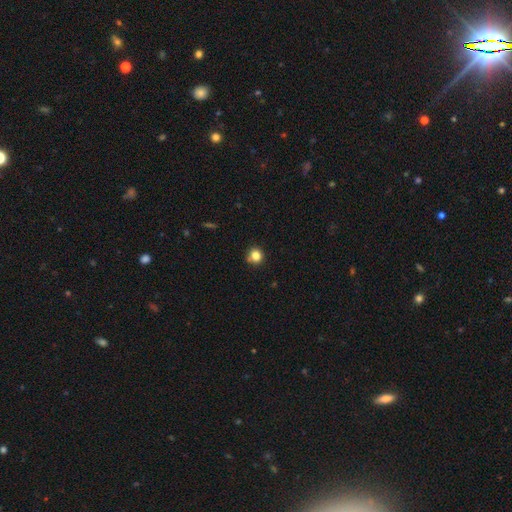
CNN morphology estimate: Smooth or featured: smooth — 82% (star or artifact — 12%)
How rounded: round — 89% (in between — 10%)
Merging: none — 81% (minor disturbance — 13%)